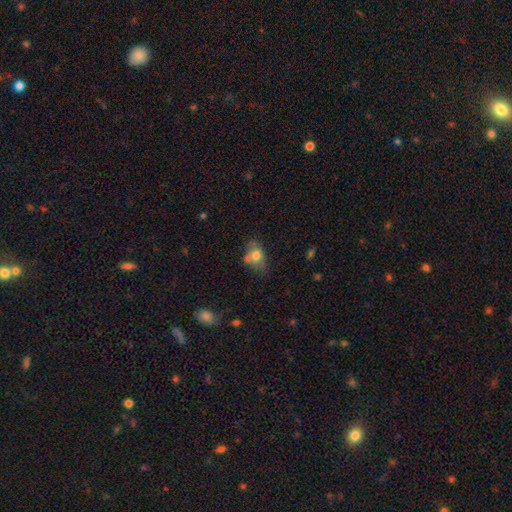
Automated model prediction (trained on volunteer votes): smooth-or-featured: smooth: 70% | featured or disk: 20% | star or artifact: 10%
  how-rounded: in between: 70% | round: 29% | cigar-shaped: 2%
  merging: none: 43% | minor disturbance: 26% | merger: 19% | major disturbance: 12%